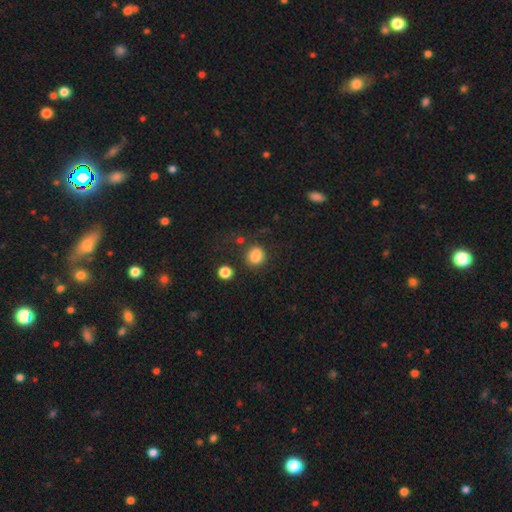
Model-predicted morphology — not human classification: Q: Smooth or featured?
A: smooth (80%); runner-up: star or artifact (12%)
Q: How rounded?
A: round (70%); runner-up: in between (29%)
Q: Merging?
A: none (58%); runner-up: minor disturbance (17%)